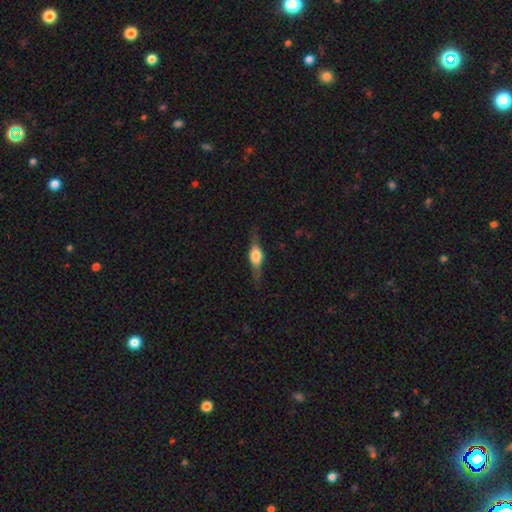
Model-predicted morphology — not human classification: A featured or disk galaxy (59%) viewed edge-on (94%) with a rounded central bulge (88%).

Vote fractions:
- Smooth or featured? featured or disk: 59% / smooth: 35% / star or artifact: 7%
- Edge-on disk? yes: 94% / no: 6%
- Edge-on bulge? rounded: 88% / boxy: 10% / none: 2%
- Merging? none: 81% / minor disturbance: 14% / major disturbance: 4% / merger: 1%